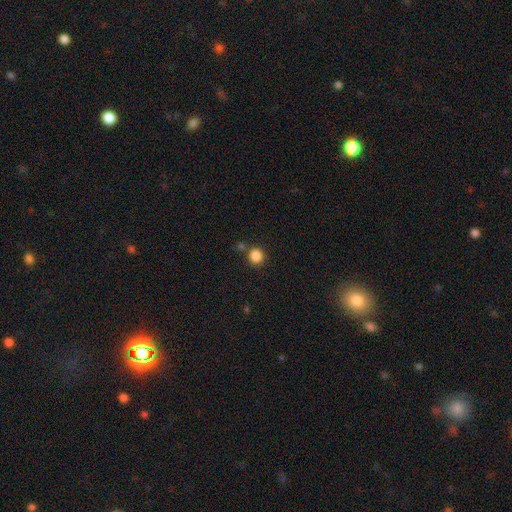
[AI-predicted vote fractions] Smooth or featured? smooth (86%)
How rounded? round (91%)
Merging? none (79%)